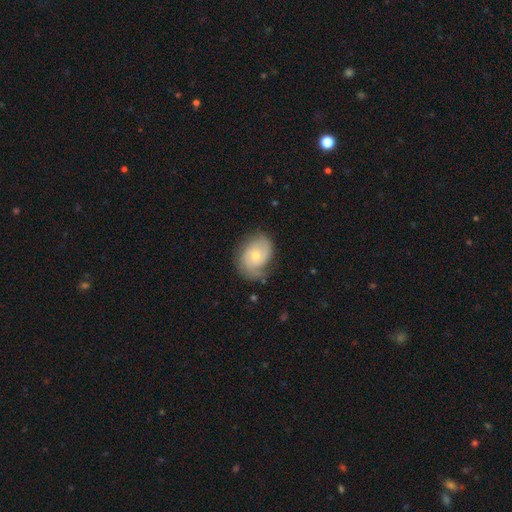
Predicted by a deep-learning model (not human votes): smooth_or_featured: featured or disk (p=0.69) [alt: smooth p=0.25]
disk_edge_on: no (p=0.97) [alt: yes p=0.03]
bar: no (p=0.71) [alt: weak p=0.25]
has_spiral_arms: yes (p=0.90) [alt: no p=0.10]
spiral_winding: tight (p=0.52) [alt: medium p=0.35]
spiral_arm_count: 2 (p=0.56) [alt: can't tell p=0.21]
bulge_size: small (p=0.50) [alt: moderate p=0.47]
merging: none (p=0.67) [alt: minor disturbance p=0.23]